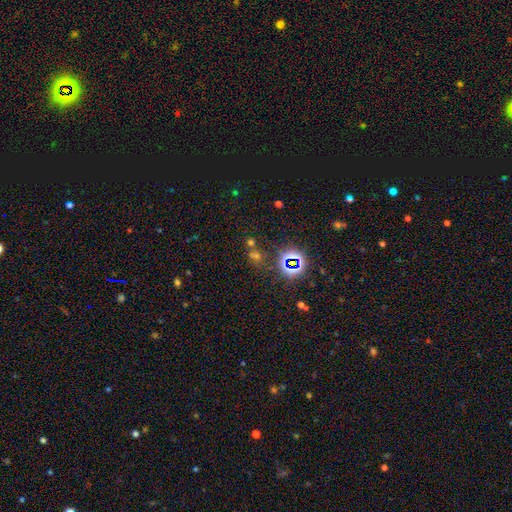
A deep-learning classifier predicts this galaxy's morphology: Smooth or featured: star or artifact — 62% (smooth — 28%)